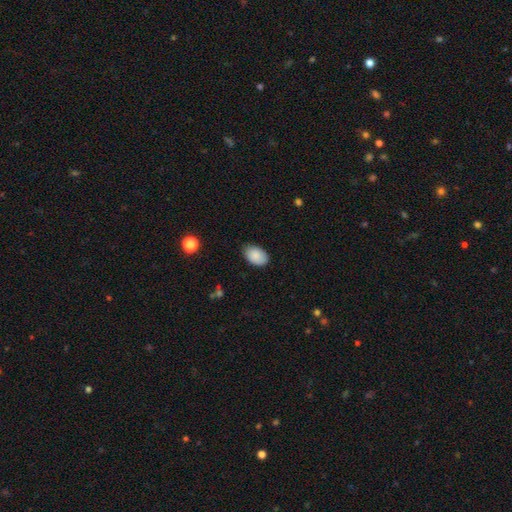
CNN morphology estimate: Smooth or featured? smooth (88%)
How rounded? in between (89%)
Merging? none (79%)